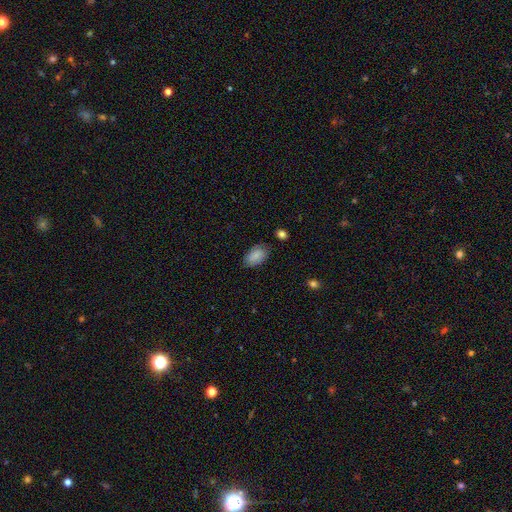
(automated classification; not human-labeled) smooth 81%, featured or disk 11%, star or artifact 7%. Down the decision tree: how rounded — in between (93%); merging — none (76%).